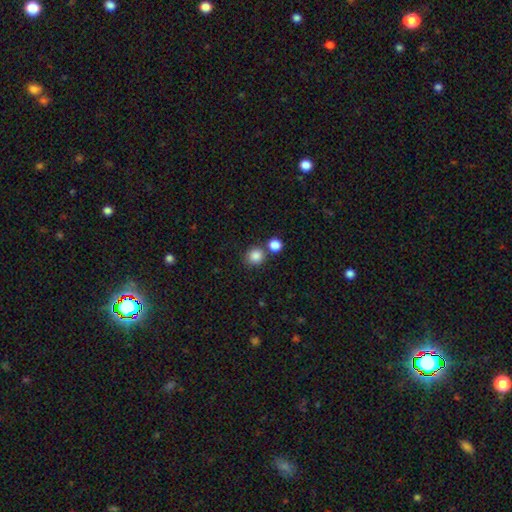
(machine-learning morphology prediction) smooth-or-featured: smooth: 85% | star or artifact: 10% | featured or disk: 4%
  how-rounded: round: 89% | in between: 10% | cigar-shaped: 1%
  merging: none: 71% | merger: 17% | minor disturbance: 9% | major disturbance: 3%